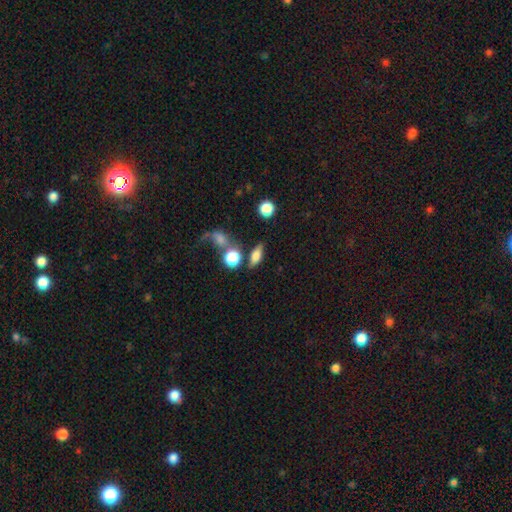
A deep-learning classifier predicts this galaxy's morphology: smooth 66%, featured or disk 23%, star or artifact 11%. Down the decision tree: how rounded — in between (61%); merging — none (68%).